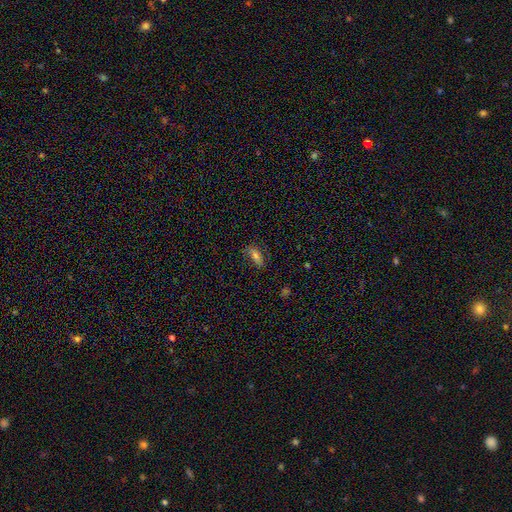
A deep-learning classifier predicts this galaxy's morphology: Overall: smooth (62%; featured or disk 25%). How rounded: in between (71%). Merging: none (74%).